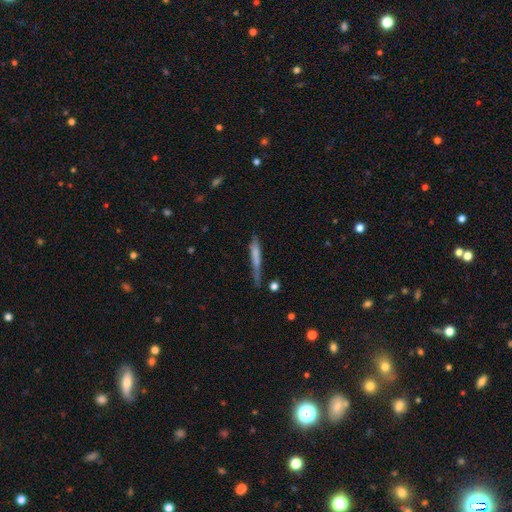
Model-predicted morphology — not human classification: A smooth galaxy with no disk features (61%) that is cigar-shaped (93%).

Vote fractions:
- Smooth or featured? smooth: 61% / featured or disk: 32% / star or artifact: 7%
- How rounded? cigar-shaped: 93% / in between: 5% / round: 2%
- Merging? none: 55% / minor disturbance: 28% / major disturbance: 12% / merger: 5%